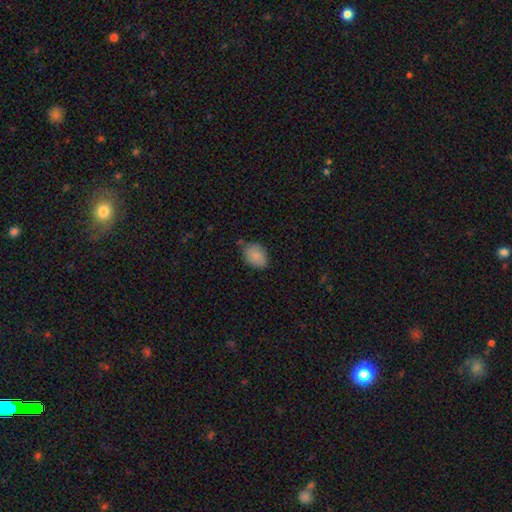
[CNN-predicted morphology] type=smooth (86%); roundness=in between (78%); merging=none (73%).